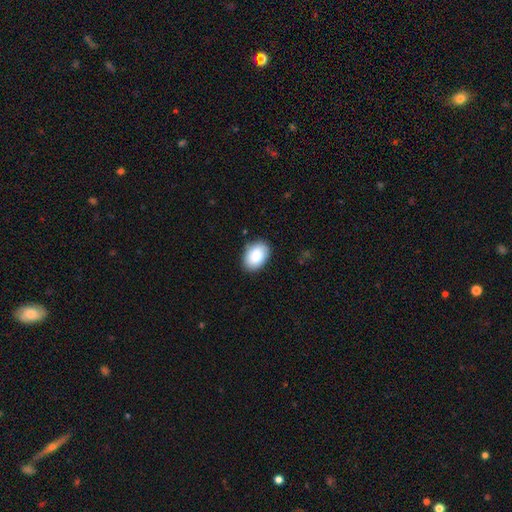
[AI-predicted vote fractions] Smooth or featured?
  - smooth: 82% *
  - featured or disk: 11%
  - star or artifact: 7%
How rounded?
  - in between: 81% *
  - round: 18%
  - cigar-shaped: 1%
Merging?
  - none: 85% *
  - minor disturbance: 11%
  - major disturbance: 2%
  - merger: 1%